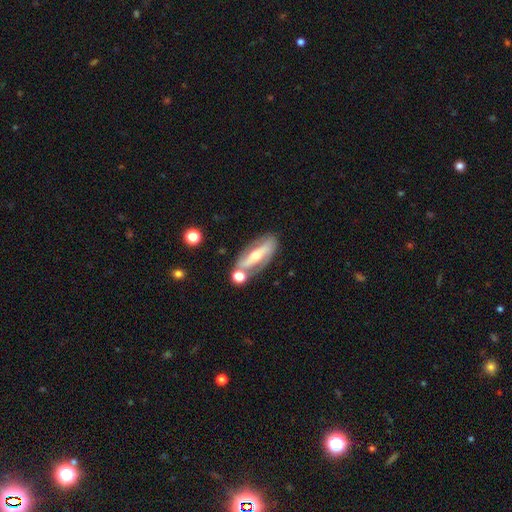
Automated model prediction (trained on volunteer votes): Smooth or featured: featured or disk — 72% (smooth — 22%)
Edge-on disk: no — 74% (yes — 26%)
Bar: strong — 50% (no — 29%)
Spiral arms: yes — 69% (no — 31%)
Bulge size: moderate — 58% (small — 35%)
Merging: none — 67% (minor disturbance — 16%)